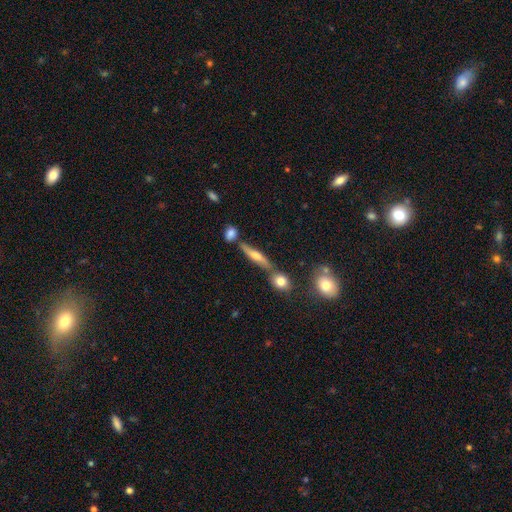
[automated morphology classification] Overall: featured or disk (60%; smooth 22%). Edge-on disk: yes (84%). Edge-on bulge: rounded (83%). Merging: none (62%).